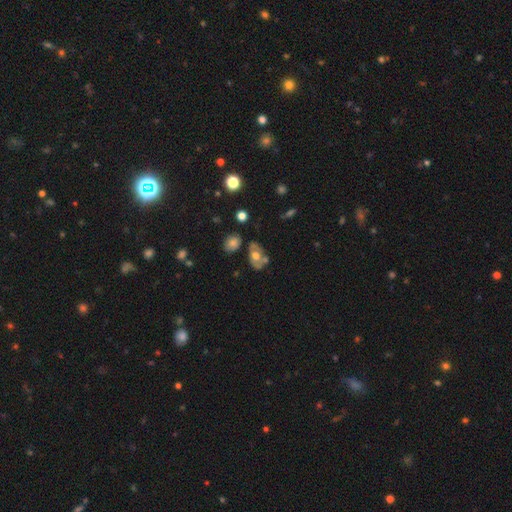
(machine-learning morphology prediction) smooth_or_featured: featured or disk (p=0.47) [alt: smooth p=0.44]
merging: none (p=0.53) [alt: minor disturbance p=0.22]